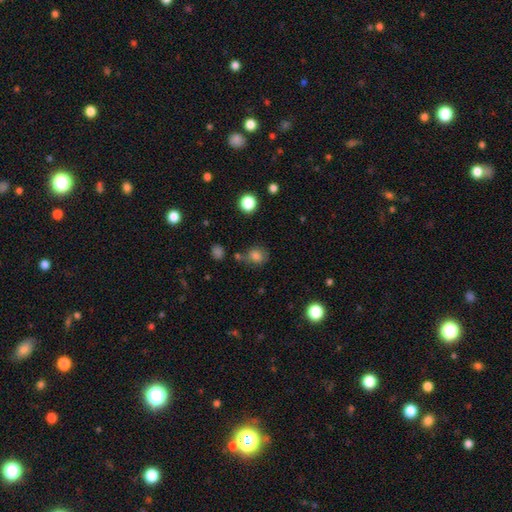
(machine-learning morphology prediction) Overall: smooth (79%). How rounded: round (68%; in between 31%). Merging: none (64%).